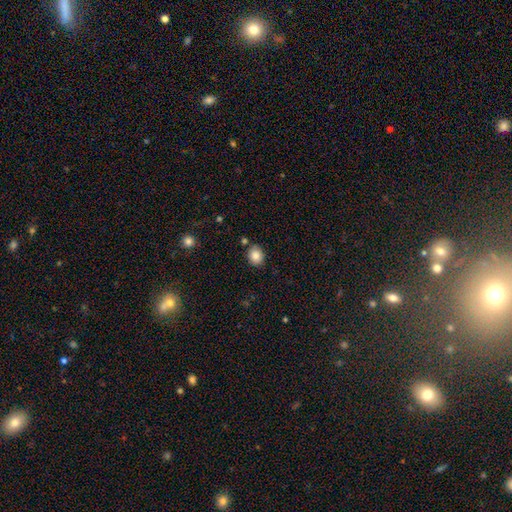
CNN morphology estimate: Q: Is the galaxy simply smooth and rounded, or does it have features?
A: smooth — 84%.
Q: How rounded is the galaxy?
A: round — 55%.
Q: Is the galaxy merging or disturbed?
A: none — 82%.